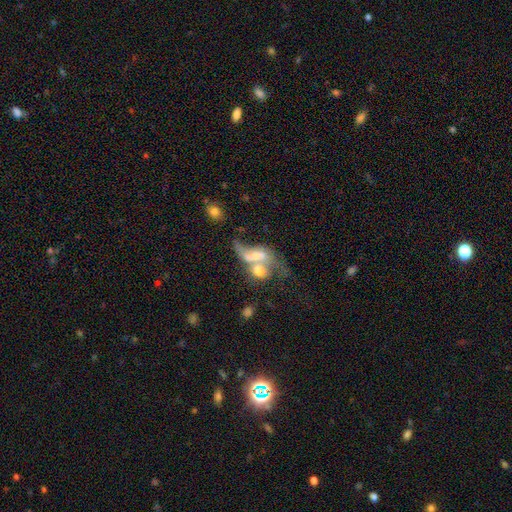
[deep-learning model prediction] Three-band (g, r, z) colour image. It shows a featured or disk galaxy (57%) with no bar (58%), spiral arms (57%) and a moderate central bulge (42%). Merging: merger (68%).